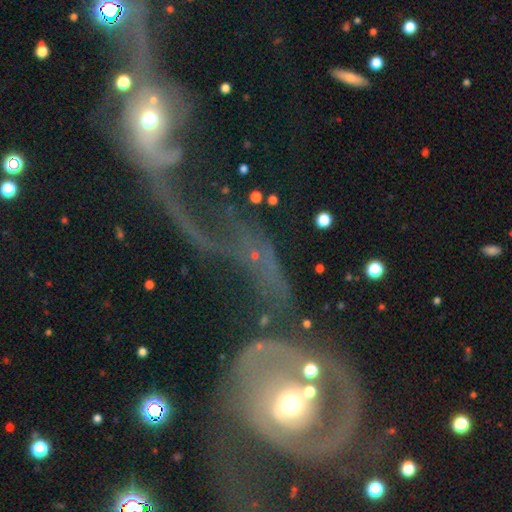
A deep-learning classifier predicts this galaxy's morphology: Q: Smooth or featured?
A: featured or disk (68%); runner-up: smooth (19%)
Q: Edge-on disk?
A: no (94%); runner-up: yes (6%)
Q: Bar?
A: no (67%); runner-up: weak (22%)
Q: Spiral arms?
A: yes (66%); runner-up: no (34%)
Q: Bulge size?
A: moderate (53%); runner-up: small (31%)
Q: Merging?
A: merger (56%); runner-up: major disturbance (26%)